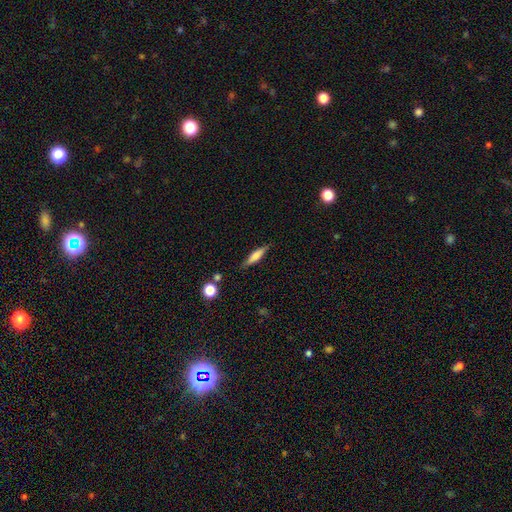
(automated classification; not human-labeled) Overall: smooth (61%; featured or disk 32%). How rounded: cigar-shaped (76%). Merging: none (83%).